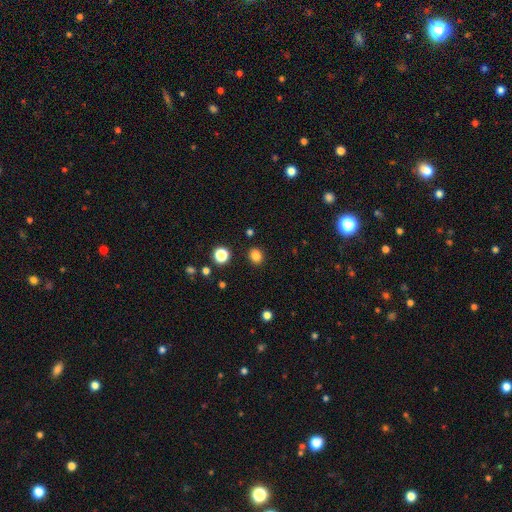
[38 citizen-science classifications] Smooth or featured?
  - smooth: 92% *
  - star or artifact: 5%
  - featured or disk: 3%
How rounded?
  - round: 71% *
  - in between: 29%
  - cigar-shaped: 0%
Merging?
  - none: 92% *
  - major disturbance: 8%
  - minor disturbance: 0%
  - merger: 0%